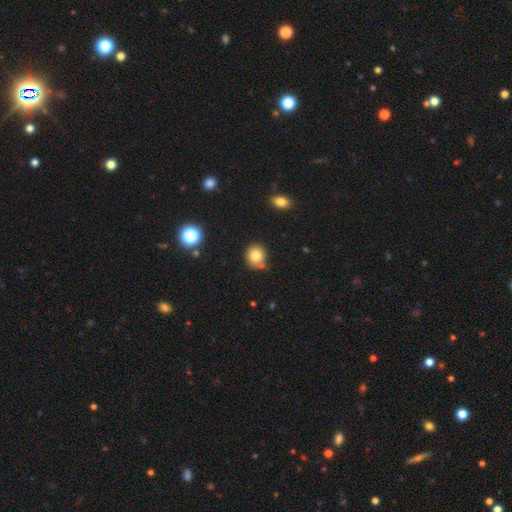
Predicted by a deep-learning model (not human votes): Q: Smooth or featured?
A: smooth (79%); runner-up: star or artifact (12%)
Q: How rounded?
A: round (84%); runner-up: in between (15%)
Q: Merging?
A: none (72%); runner-up: minor disturbance (15%)